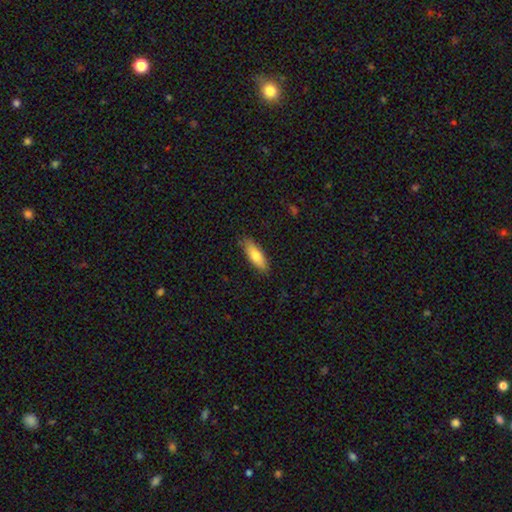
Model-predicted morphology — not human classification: A smooth galaxy with no disk features (75%) that is in between round and cigar-shaped (60%). Merging: none (85%).